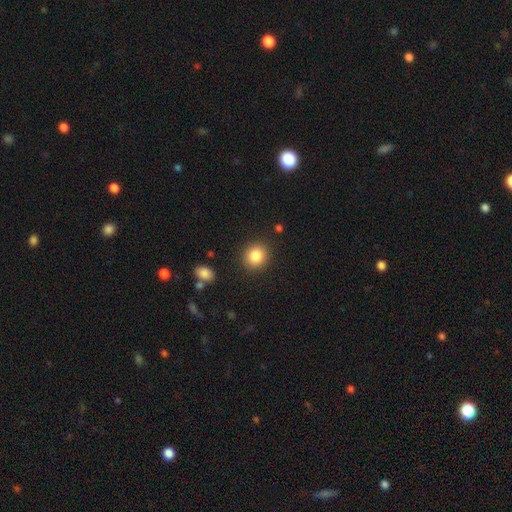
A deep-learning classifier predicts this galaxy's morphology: Smooth or featured: smooth — 84% (star or artifact — 10%)
How rounded: round — 84% (in between — 15%)
Merging: none — 89% (minor disturbance — 7%)